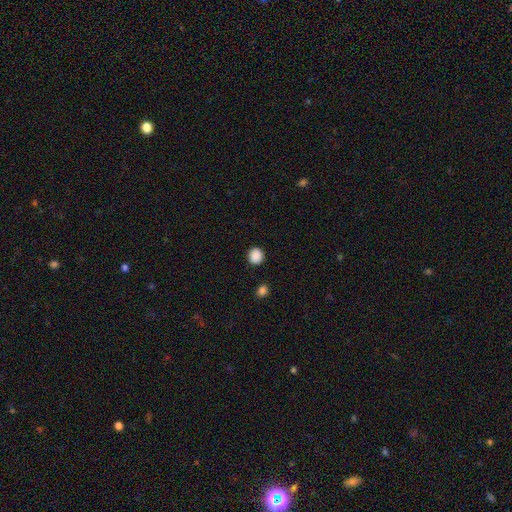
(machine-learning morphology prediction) Smooth or featured: smooth — 89% (star or artifact — 9%)
How rounded: round — 86% (in between — 13%)
Merging: none — 91% (minor disturbance — 6%)